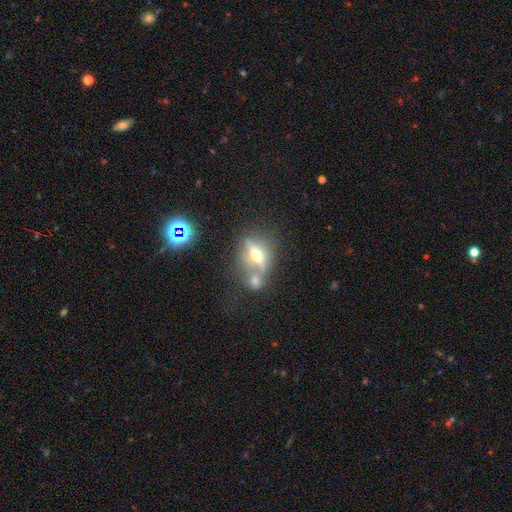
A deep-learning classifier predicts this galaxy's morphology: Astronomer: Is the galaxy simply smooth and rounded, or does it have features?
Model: featured or disk — 57%.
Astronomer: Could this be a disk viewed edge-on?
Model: yes — 66%.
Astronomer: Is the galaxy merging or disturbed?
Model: none — 43% (runner-up: merger, 36%).